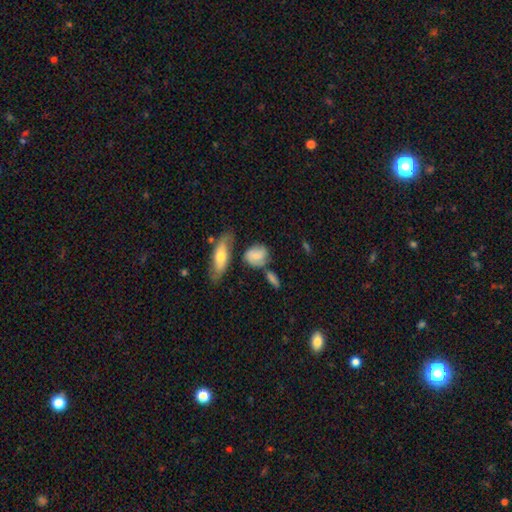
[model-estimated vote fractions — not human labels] A smooth galaxy with no disk features (61%) that is round (49%). Merging: none (56%).